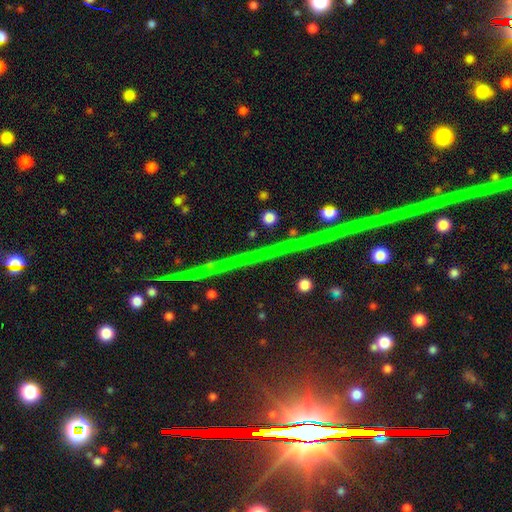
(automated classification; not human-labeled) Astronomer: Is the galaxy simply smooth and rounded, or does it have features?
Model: star or artifact — 76%.